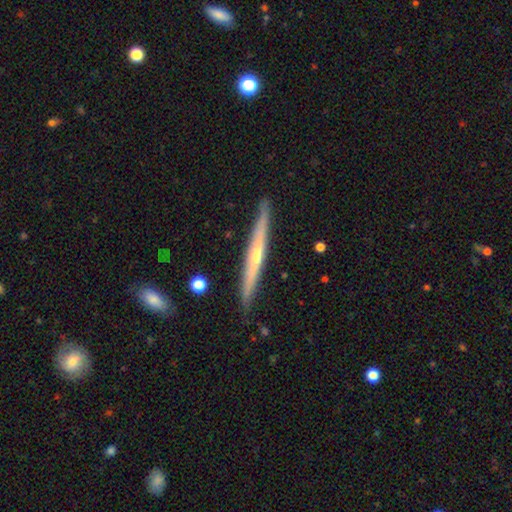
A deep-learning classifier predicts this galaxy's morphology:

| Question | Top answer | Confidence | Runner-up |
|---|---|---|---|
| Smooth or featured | featured or disk | 64% | smooth (30%) |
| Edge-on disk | yes | 97% | no (3%) |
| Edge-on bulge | rounded | 48% | none (47%) |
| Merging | none | 88% | minor disturbance (9%) |